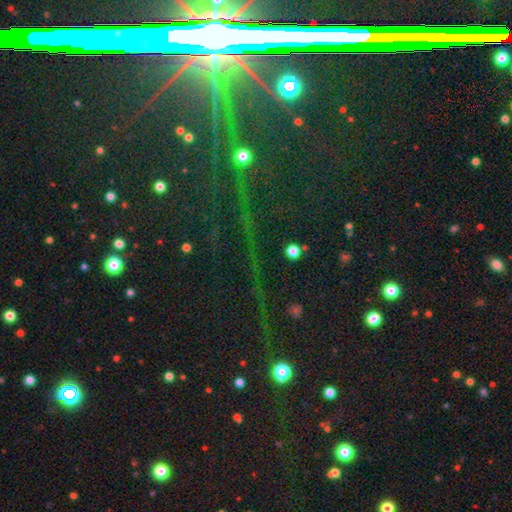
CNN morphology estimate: type=star or artifact (81%).